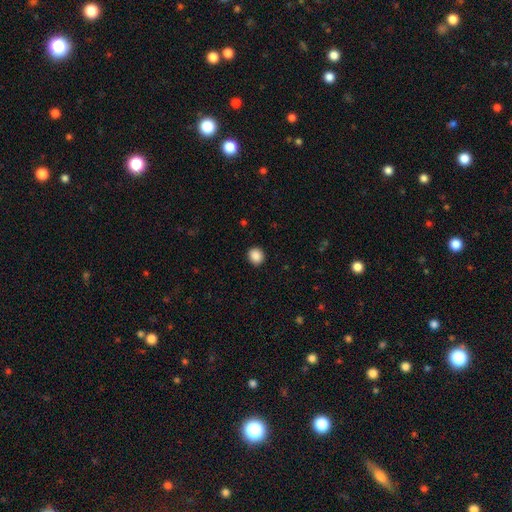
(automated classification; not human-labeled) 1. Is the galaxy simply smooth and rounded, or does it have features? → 89% smooth, 9% star or artifact, 2% featured or disk.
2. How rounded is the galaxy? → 80% round, 19% in between, 1% cigar-shaped.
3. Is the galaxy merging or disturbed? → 91% none, 6% minor disturbance, 2% major disturbance, 1% merger.